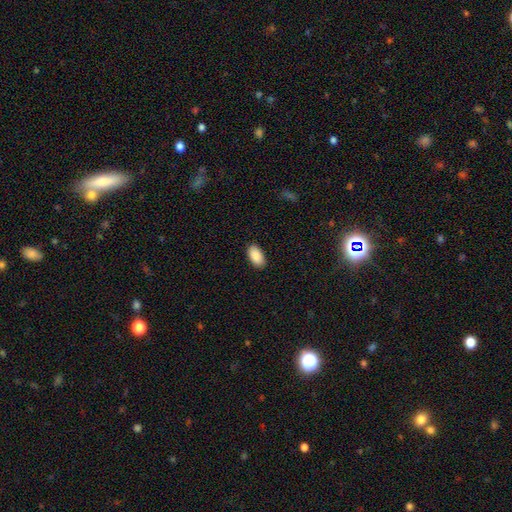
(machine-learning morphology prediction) The model was most divided on "merging": none: 89%, minor disturbance: 8%, major disturbance: 2%, merger: 1%. More confident: how rounded — in between (96%); smooth or featured — smooth (90%).